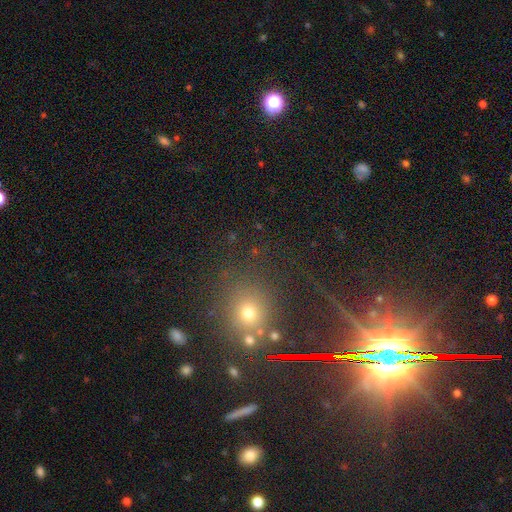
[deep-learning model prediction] A star or artifact, not a galaxy (53%).